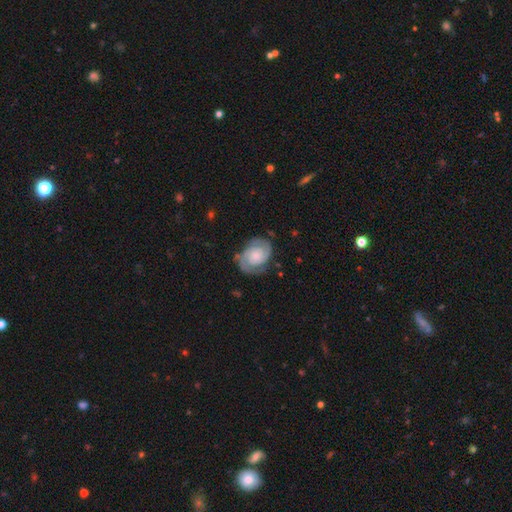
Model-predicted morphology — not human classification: Overall: featured or disk (84%). Edge-on disk: no (98%). Bar: no (71%). Spiral arms: yes (96%). Spiral arm count: 2 (83%). Spiral winding: tight (60%; medium 32%). Bulge size: small (50%; moderate 35%). Merging: none (73%).